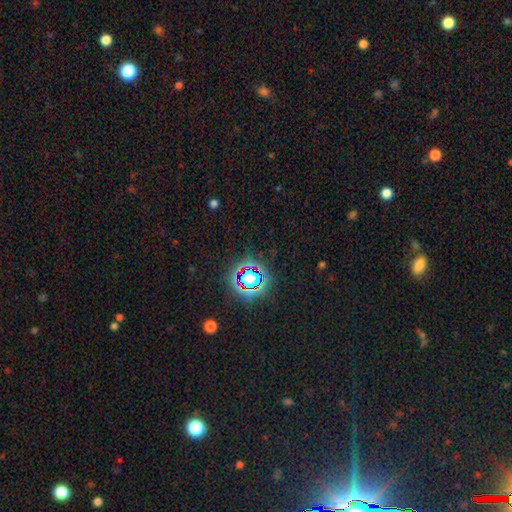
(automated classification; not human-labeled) Smooth or featured? star or artifact (80%)